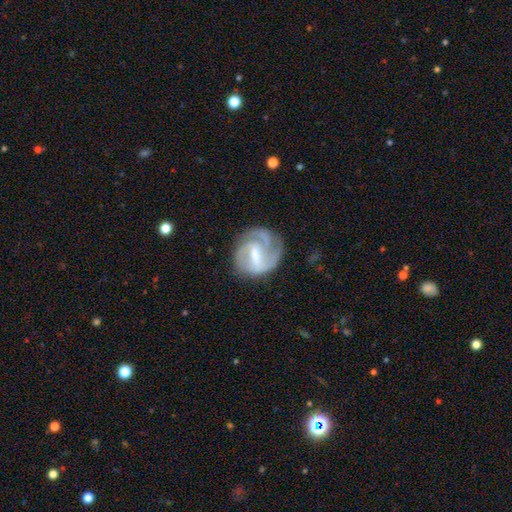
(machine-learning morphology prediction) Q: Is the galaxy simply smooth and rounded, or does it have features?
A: featured or disk — 84%.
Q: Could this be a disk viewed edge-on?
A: no — 98%.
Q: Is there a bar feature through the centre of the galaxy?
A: weak — 52%.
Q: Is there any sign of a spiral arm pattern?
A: yes — 95%.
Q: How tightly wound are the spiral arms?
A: medium — 45%.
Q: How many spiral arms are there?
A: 3 — 39%.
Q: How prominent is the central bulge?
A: moderate — 51%.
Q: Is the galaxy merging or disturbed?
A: none — 65%.